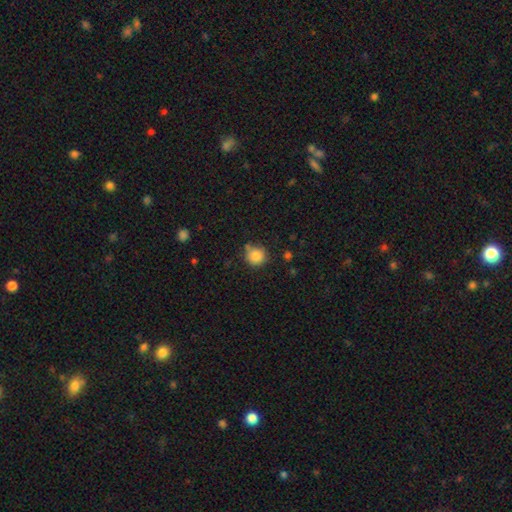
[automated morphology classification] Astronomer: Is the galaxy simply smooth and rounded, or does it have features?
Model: smooth — 84%.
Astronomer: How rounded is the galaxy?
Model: round — 90%.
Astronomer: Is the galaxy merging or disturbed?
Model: none — 71%.